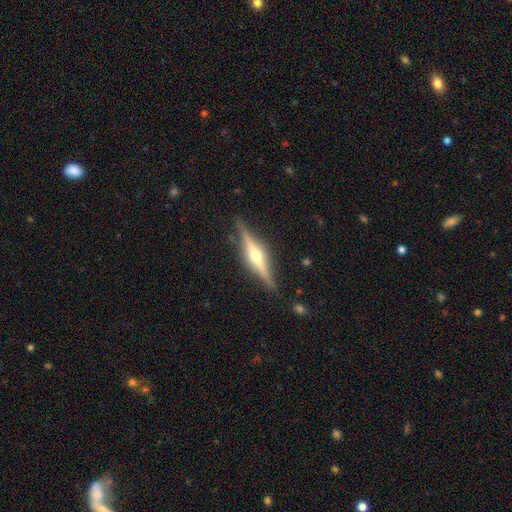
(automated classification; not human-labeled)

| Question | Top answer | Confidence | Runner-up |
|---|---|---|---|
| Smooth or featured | featured or disk | 79% | smooth (15%) |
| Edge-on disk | yes | 97% | no (3%) |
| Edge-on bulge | rounded | 93% | boxy (4%) |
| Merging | none | 88% | minor disturbance (9%) |